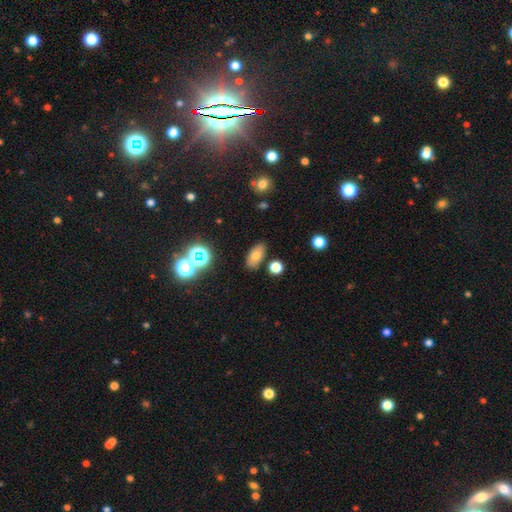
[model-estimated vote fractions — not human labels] A smooth galaxy with no disk features (72%) that is in between round and cigar-shaped (87%).

Vote fractions:
- Smooth or featured? smooth: 72% / star or artifact: 15% / featured or disk: 13%
- How rounded? in between: 87% / round: 7% / cigar-shaped: 6%
- Merging? none: 84% / minor disturbance: 10% / merger: 4% / major disturbance: 3%